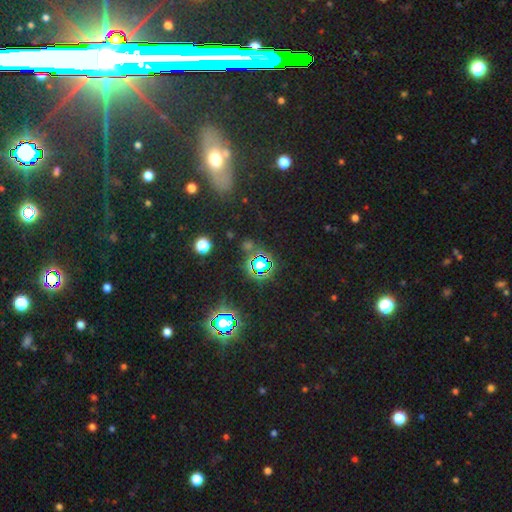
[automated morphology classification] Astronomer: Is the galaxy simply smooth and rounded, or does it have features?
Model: star or artifact — 51% (runner-up: smooth, 27%).